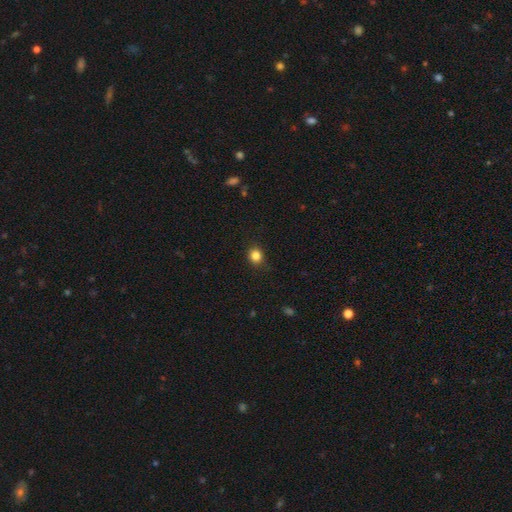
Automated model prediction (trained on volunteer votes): The model was most divided on "how rounded": round: 83%, in between: 16%, cigar-shaped: 1%. More confident: merging — none (88%); smooth or featured — smooth (84%).